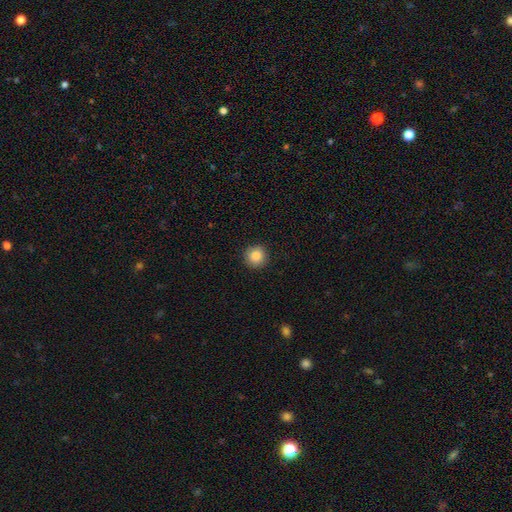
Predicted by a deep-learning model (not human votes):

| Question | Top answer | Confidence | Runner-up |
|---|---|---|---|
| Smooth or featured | smooth | 85% | star or artifact (9%) |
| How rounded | round | 95% | in between (5%) |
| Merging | none | 92% | minor disturbance (6%) |